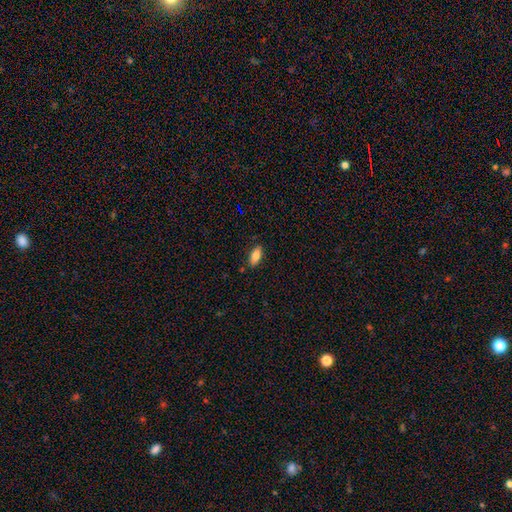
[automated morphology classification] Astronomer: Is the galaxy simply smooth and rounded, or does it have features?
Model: smooth — 80%.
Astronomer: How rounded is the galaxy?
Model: in between — 86%.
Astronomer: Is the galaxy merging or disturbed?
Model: none — 87%.